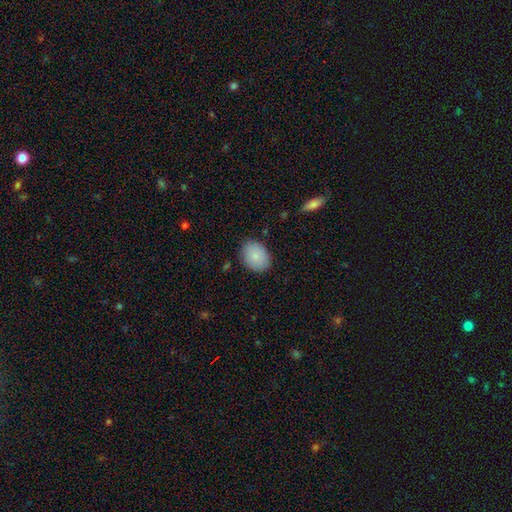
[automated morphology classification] Smooth or featured?
  - smooth: 86% *
  - featured or disk: 7%
  - star or artifact: 7%
How rounded?
  - in between: 71% *
  - round: 28%
  - cigar-shaped: 1%
Merging?
  - none: 85% *
  - minor disturbance: 12%
  - major disturbance: 3%
  - merger: 1%